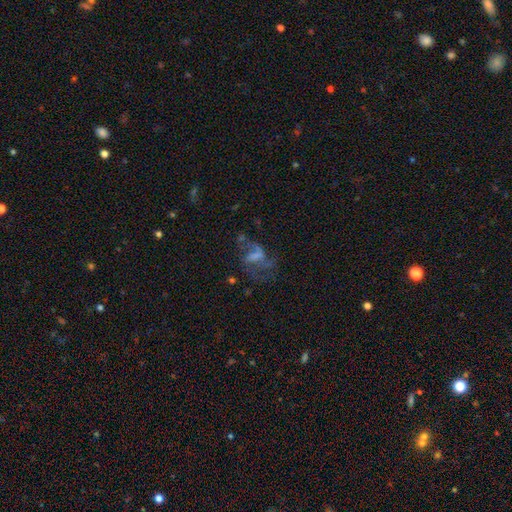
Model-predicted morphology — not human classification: The model was most divided on "merging": none: 44%, major disturbance: 35%, minor disturbance: 16%, merger: 5%. Remaining: edge-on disk — no (96%); spiral arms — yes (77%); smooth or featured — featured or disk (66%); bar — weak (44%); bulge size — none (42%).